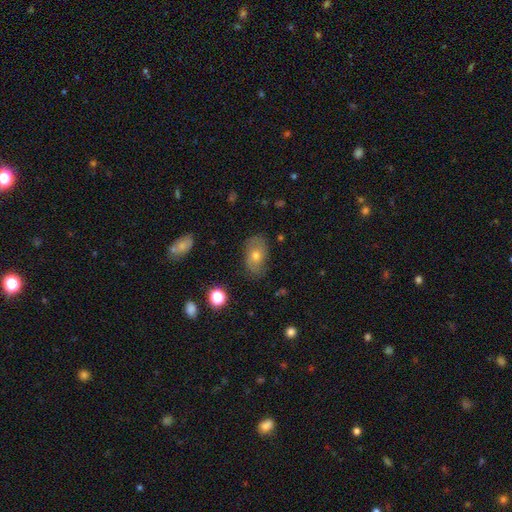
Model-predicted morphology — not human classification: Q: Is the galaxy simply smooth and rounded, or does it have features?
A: smooth — 53%.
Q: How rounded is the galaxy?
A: in between — 84%.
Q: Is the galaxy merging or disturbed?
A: none — 75%.